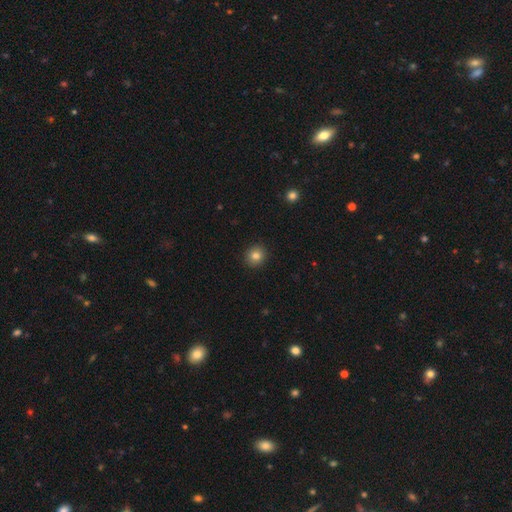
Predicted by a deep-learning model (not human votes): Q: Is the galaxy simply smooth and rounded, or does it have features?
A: smooth — 81%.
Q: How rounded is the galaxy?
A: round — 89%.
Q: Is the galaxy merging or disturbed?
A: none — 92%.